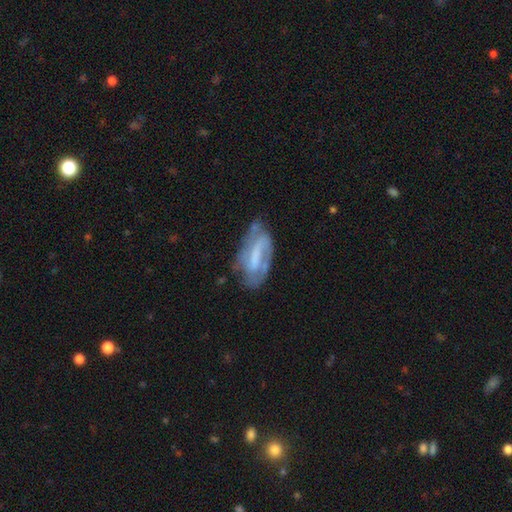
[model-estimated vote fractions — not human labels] Smooth or featured?
  - featured or disk: 66% *
  - smooth: 27%
  - star or artifact: 8%
Edge-on disk?
  - no: 91% *
  - yes: 9%
Bar?
  - strong: 42% *
  - weak: 36%
  - no: 21%
Spiral arms?
  - yes: 71% *
  - no: 29%
Bulge size?
  - none: 37% *
  - small: 27%
  - moderate: 26%
  - large: 8%
  - dominant: 2%
Merging?
  - none: 51% *
  - minor disturbance: 29%
  - major disturbance: 16%
  - merger: 4%